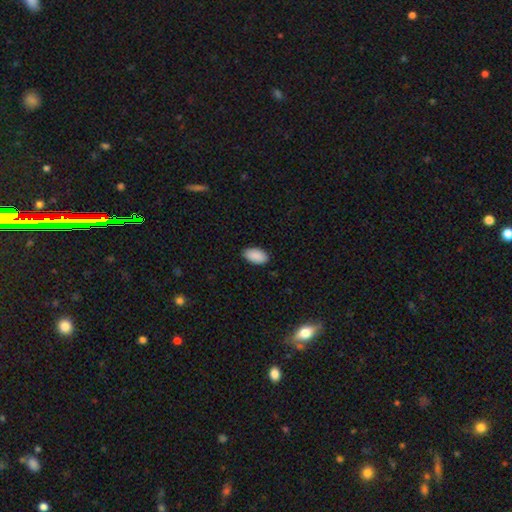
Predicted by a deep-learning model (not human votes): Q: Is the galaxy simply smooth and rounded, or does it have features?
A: smooth — 91%.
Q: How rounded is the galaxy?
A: in between — 95%.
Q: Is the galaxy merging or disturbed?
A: none — 87%.